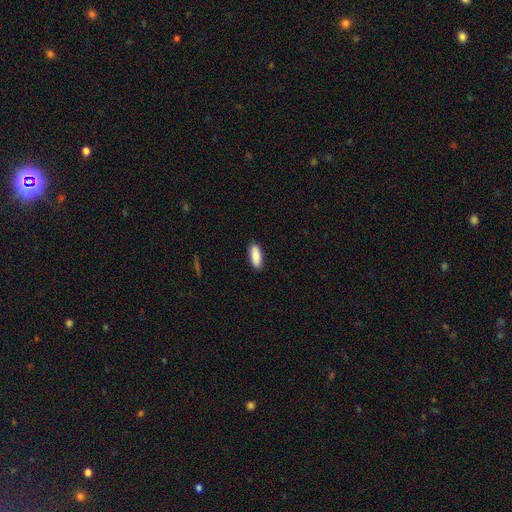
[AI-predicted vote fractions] Q: Smooth or featured?
A: smooth (89%); runner-up: star or artifact (6%)
Q: How rounded?
A: in between (76%); runner-up: cigar-shaped (22%)
Q: Merging?
A: none (89%); runner-up: minor disturbance (8%)